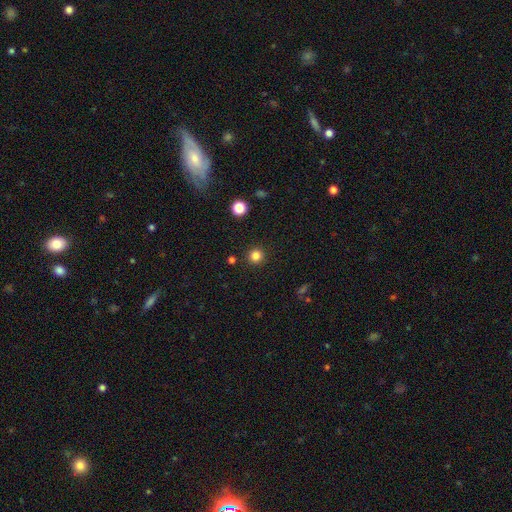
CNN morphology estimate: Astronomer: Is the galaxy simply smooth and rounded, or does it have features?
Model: smooth — 83%.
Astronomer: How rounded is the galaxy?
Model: round — 95%.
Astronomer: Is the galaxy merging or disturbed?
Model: none — 92%.